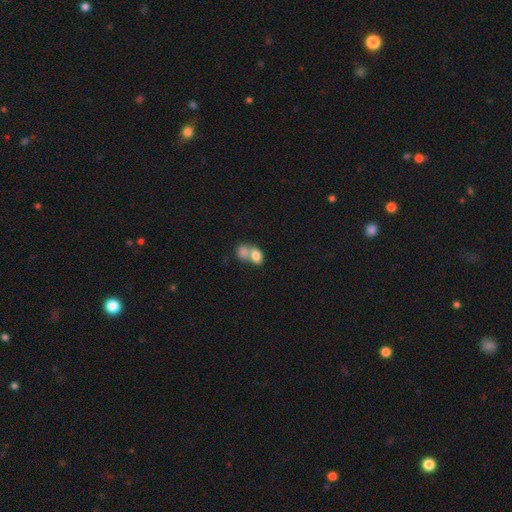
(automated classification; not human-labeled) smooth 80%, featured or disk 12%, star or artifact 8%. Down the decision tree: how rounded — in between (78%); merging — merger (67%).